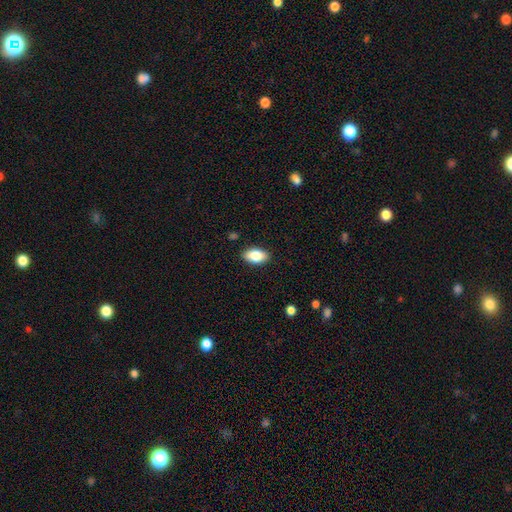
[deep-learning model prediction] Q: Smooth or featured?
A: smooth (82%); runner-up: featured or disk (11%)
Q: How rounded?
A: in between (92%); runner-up: round (5%)
Q: Merging?
A: none (88%); runner-up: minor disturbance (9%)